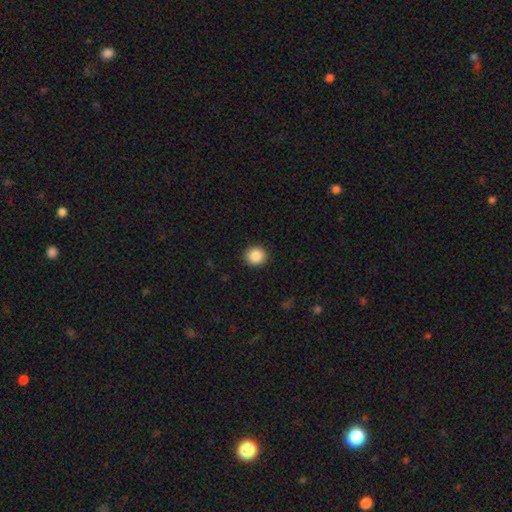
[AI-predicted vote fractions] A smooth galaxy with no disk features (87%) that is round (86%). Merging: none (91%).